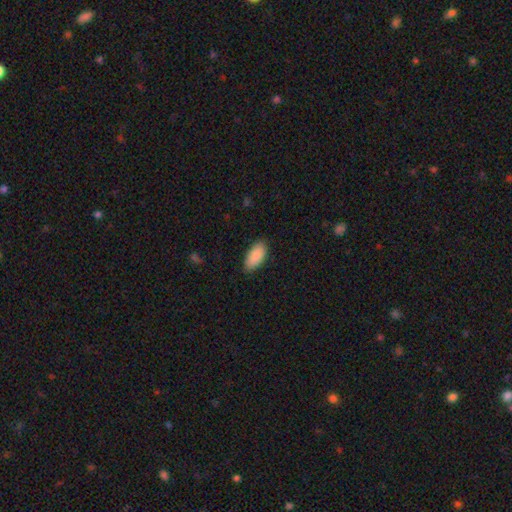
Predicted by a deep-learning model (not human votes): This is clearly a smooth galaxy (88%). How rounded: clearly in between (93%). Merging: clearly none (83%).